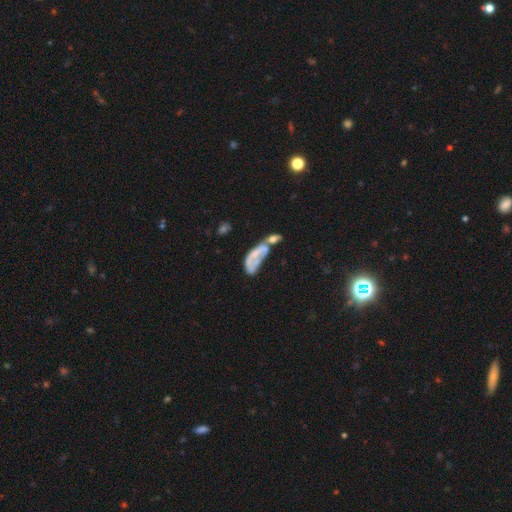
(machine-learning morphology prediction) This appears to be a featured or disk galaxy (52%). Merging: merger (46%).